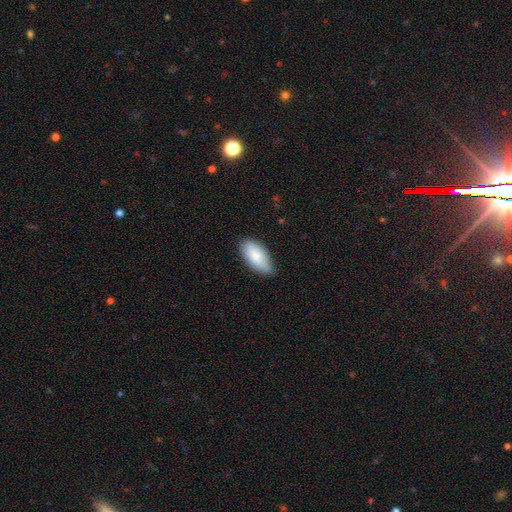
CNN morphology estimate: Smooth or featured: smooth — 82% (featured or disk — 12%)
How rounded: in between — 92% (cigar-shaped — 6%)
Merging: none — 68% (minor disturbance — 27%)